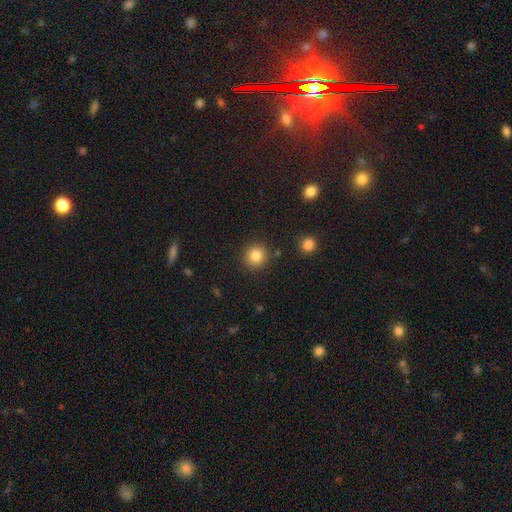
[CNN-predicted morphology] smooth_or_featured: smooth (p=0.85) [alt: star or artifact p=0.11]
how_rounded: round (p=0.93) [alt: in between p=0.06]
merging: none (p=0.89) [alt: minor disturbance p=0.06]